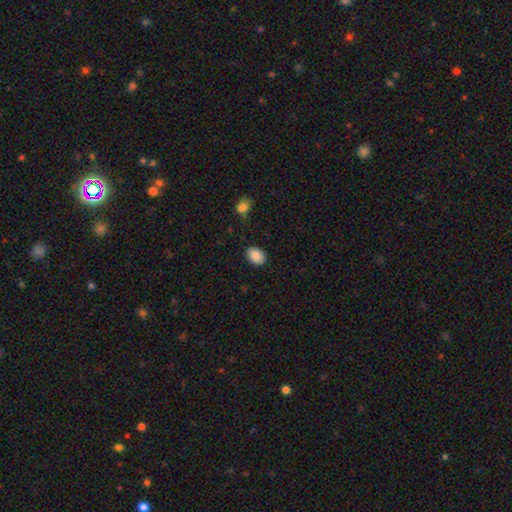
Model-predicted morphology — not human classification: Q: Smooth or featured?
A: smooth (88%); runner-up: star or artifact (7%)
Q: How rounded?
A: in between (75%); runner-up: round (24%)
Q: Merging?
A: none (87%); runner-up: minor disturbance (10%)